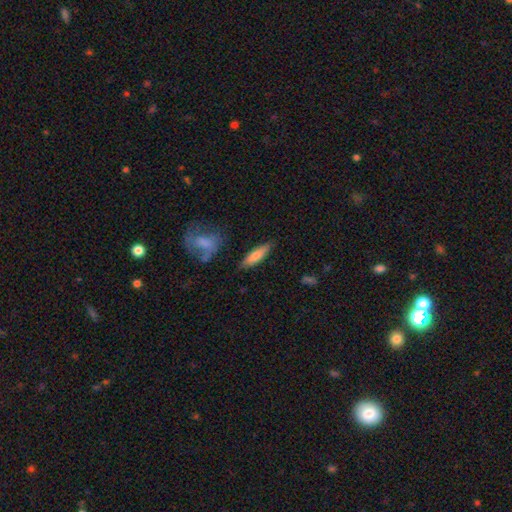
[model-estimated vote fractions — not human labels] Q: Smooth or featured?
A: smooth (75%); runner-up: featured or disk (19%)
Q: How rounded?
A: cigar-shaped (58%); runner-up: in between (40%)
Q: Merging?
A: none (81%); runner-up: minor disturbance (13%)